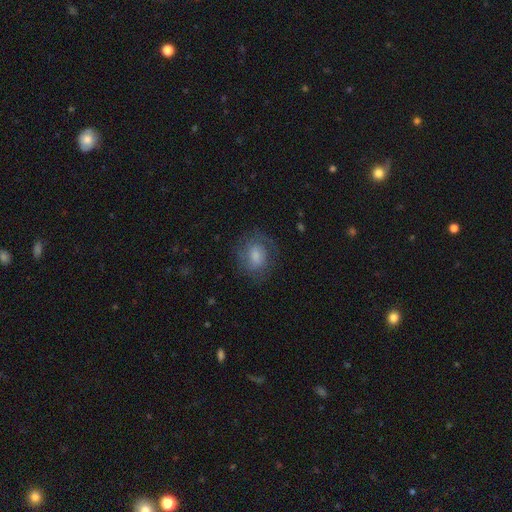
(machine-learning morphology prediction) Smooth or featured?
  - smooth: 49% *
  - featured or disk: 43%
  - star or artifact: 8%
Merging?
  - none: 68% *
  - minor disturbance: 19%
  - major disturbance: 12%
  - merger: 1%